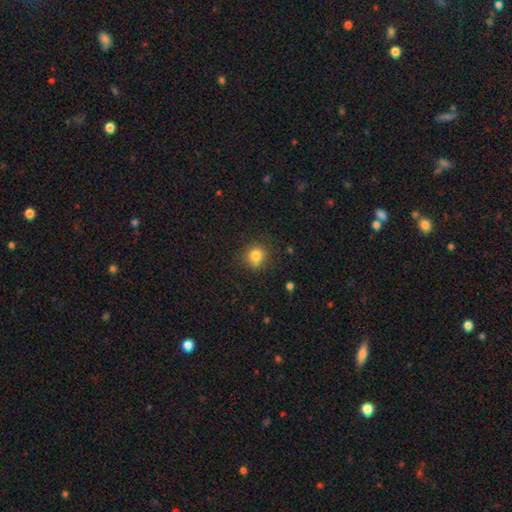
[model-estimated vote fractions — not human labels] smooth-or-featured: smooth: 81% | star or artifact: 12% | featured or disk: 7%
  how-rounded: round: 85% | in between: 14% | cigar-shaped: 1%
  merging: none: 77% | minor disturbance: 14% | merger: 5% | major disturbance: 4%